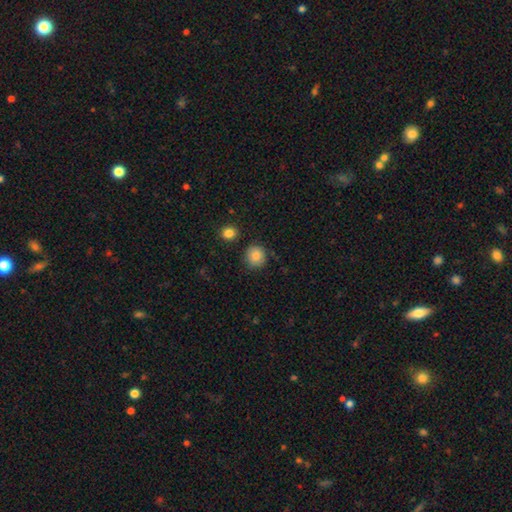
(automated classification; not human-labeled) Smooth or featured: smooth — 85% (star or artifact — 9%)
How rounded: round — 89% (in between — 10%)
Merging: none — 86% (minor disturbance — 9%)